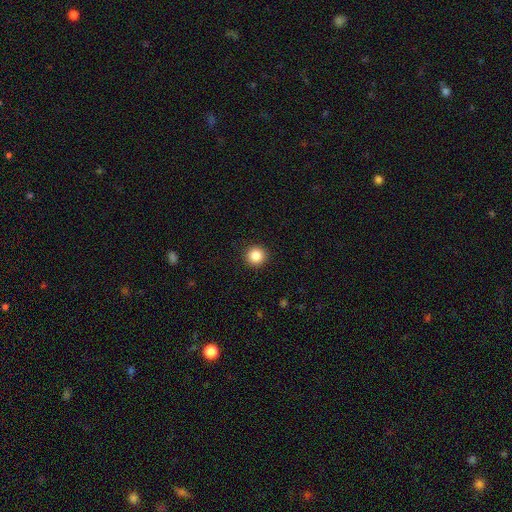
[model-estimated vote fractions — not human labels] Q: Smooth or featured?
A: smooth (87%); runner-up: star or artifact (10%)
Q: How rounded?
A: round (95%); runner-up: in between (4%)
Q: Merging?
A: none (93%); runner-up: minor disturbance (5%)